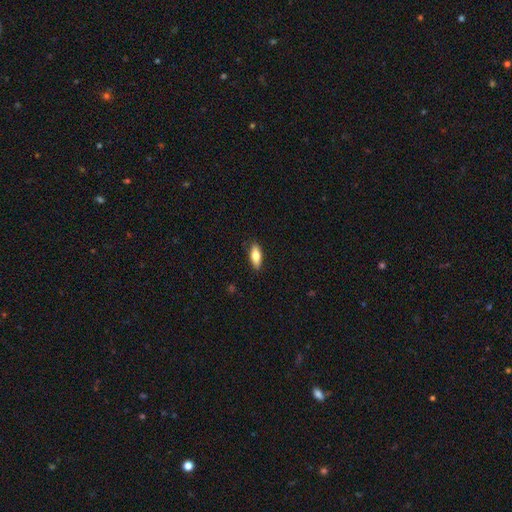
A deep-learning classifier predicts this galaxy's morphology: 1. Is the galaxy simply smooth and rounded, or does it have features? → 75% smooth, 19% featured or disk, 6% star or artifact.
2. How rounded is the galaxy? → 66% in between, 31% cigar-shaped, 2% round.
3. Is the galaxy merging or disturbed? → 87% none, 10% minor disturbance, 2% major disturbance, 1% merger.